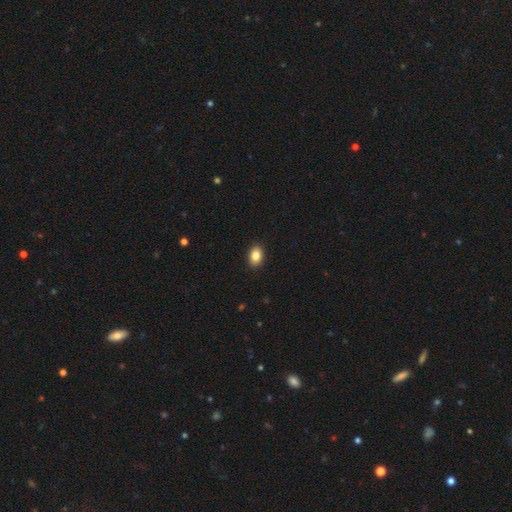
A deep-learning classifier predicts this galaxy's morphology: A smooth galaxy with no disk features (86%) that is in between round and cigar-shaped (82%).

Vote fractions:
- Smooth or featured? smooth: 86% / star or artifact: 8% / featured or disk: 6%
- How rounded? in between: 82% / round: 17% / cigar-shaped: 1%
- Merging? none: 90% / minor disturbance: 7% / major disturbance: 2% / merger: 1%